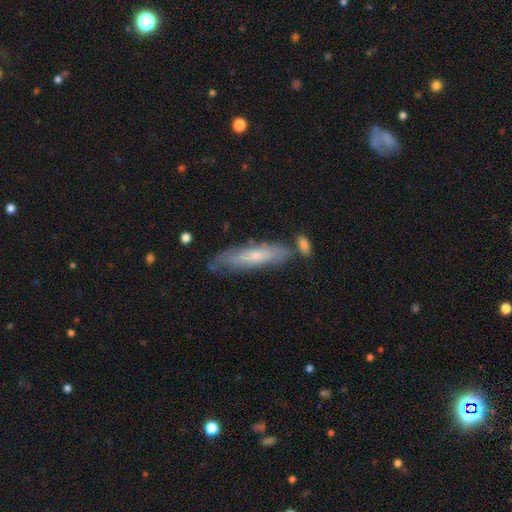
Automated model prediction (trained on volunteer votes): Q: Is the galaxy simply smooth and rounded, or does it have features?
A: smooth — 54%.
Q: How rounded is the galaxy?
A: cigar-shaped — 78%.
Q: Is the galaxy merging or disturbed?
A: none — 61%.